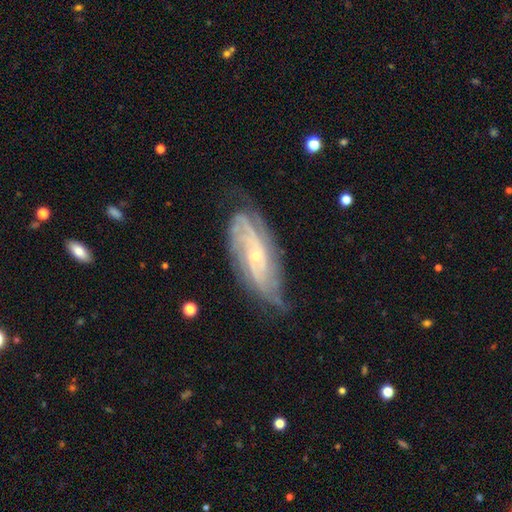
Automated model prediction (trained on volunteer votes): This is clearly a featured or disk galaxy (85%). It is clearly not viewed edge-on (90%). Bar: likely no (64%). Spiral arm pattern: clearly yes (95%). Spiral arm count: marginally can't tell (35%). Spiral winding: possibly tight (58%). Central bulge: likely small (74%). Merging: likely none (69%).